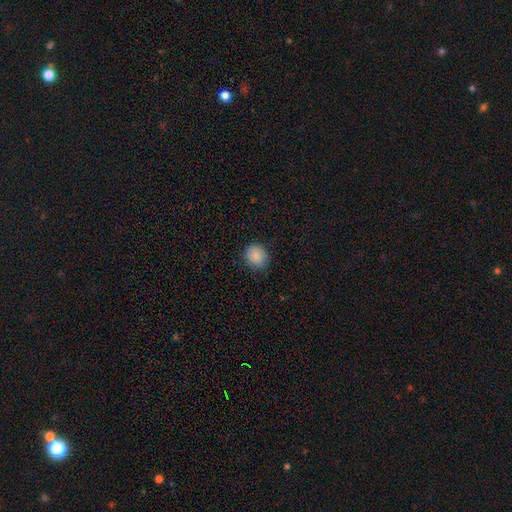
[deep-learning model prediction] A smooth galaxy with no disk features (87%) that is round (84%). Merging: none (86%).